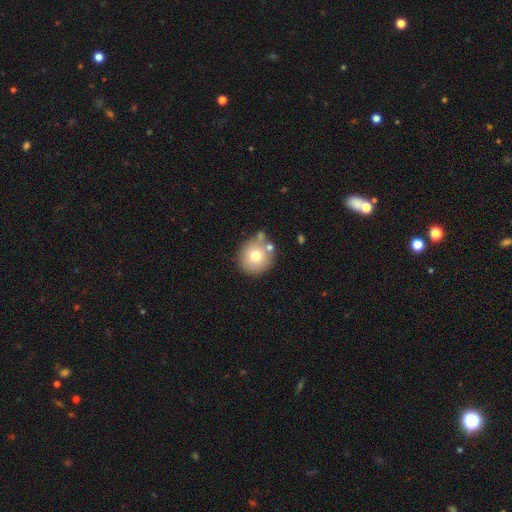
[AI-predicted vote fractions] A smooth galaxy with no disk features (72%) that is round (92%).

Vote fractions:
- Smooth or featured? smooth: 72% / featured or disk: 17% / star or artifact: 11%
- How rounded? round: 92% / in between: 7% / cigar-shaped: 1%
- Merging? none: 69% / minor disturbance: 14% / merger: 13% / major disturbance: 4%